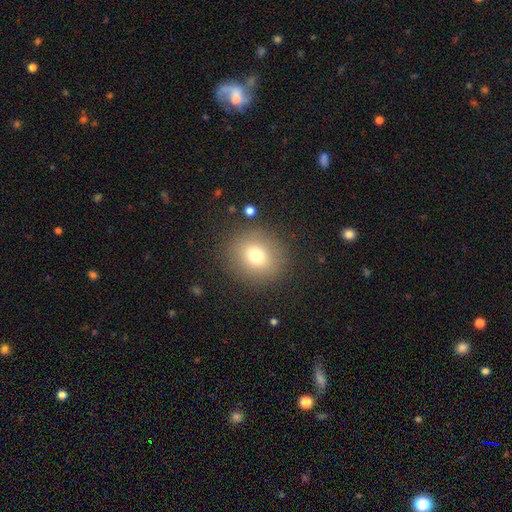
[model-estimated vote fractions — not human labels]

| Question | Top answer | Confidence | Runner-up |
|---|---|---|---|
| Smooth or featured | smooth | 73% | star or artifact (14%) |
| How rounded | round | 85% | in between (14%) |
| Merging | none | 86% | minor disturbance (8%) |